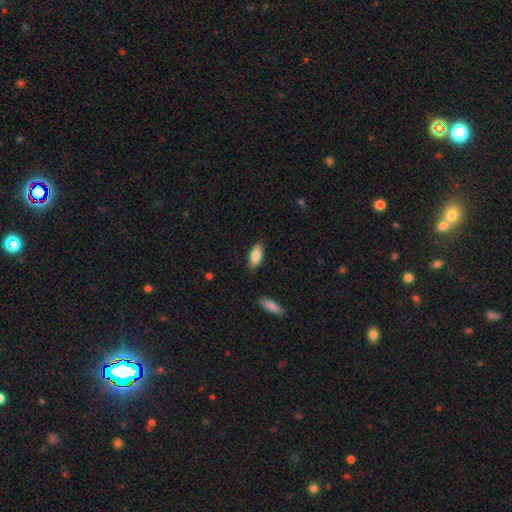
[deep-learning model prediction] A smooth galaxy with no disk features (82%) that is in between round and cigar-shaped (85%). Merging: none (86%).